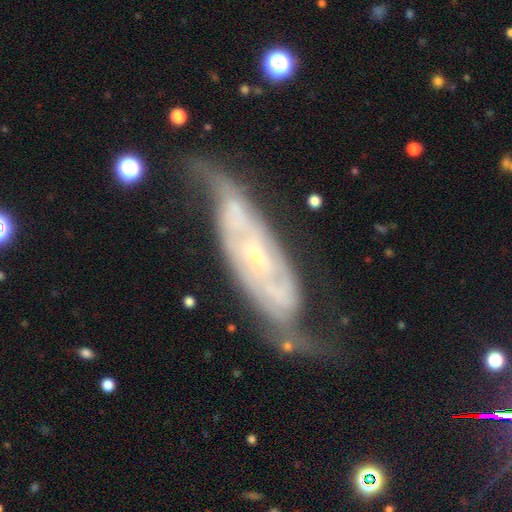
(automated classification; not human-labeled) A featured or disk galaxy (85%) with no bar (67%), 2 (57%) tight (53%) spiral arms (91%) and a small central bulge (76%). Merging: none (58%).